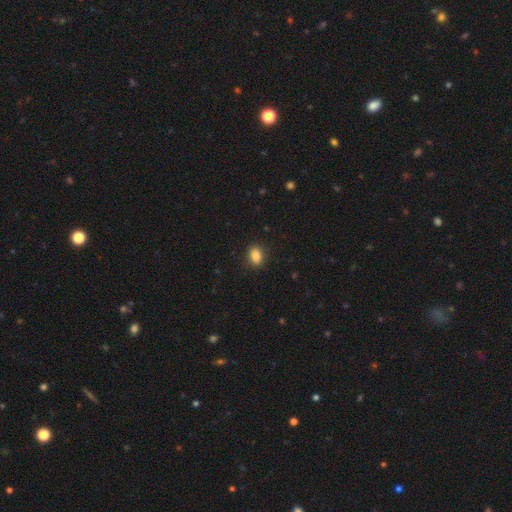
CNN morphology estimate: smooth-or-featured: smooth: 87% | star or artifact: 9% | featured or disk: 4%
  how-rounded: in between: 75% | round: 23% | cigar-shaped: 2%
  merging: none: 89% | minor disturbance: 8% | major disturbance: 2% | merger: 1%